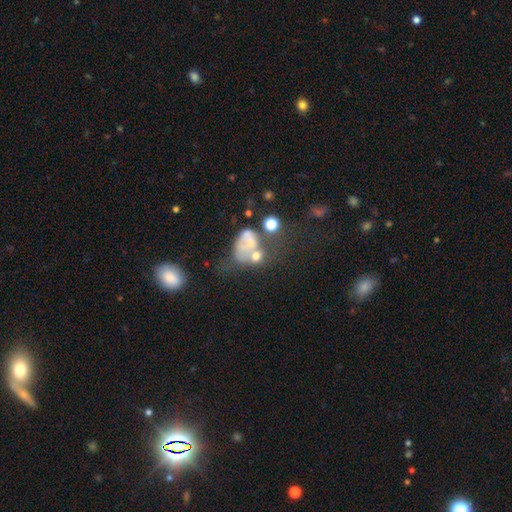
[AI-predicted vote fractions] Smooth or featured?
  - smooth: 50% *
  - featured or disk: 35%
  - star or artifact: 15%
How rounded?
  - in between: 59% *
  - round: 40%
  - cigar-shaped: 1%
Merging?
  - merger: 46% *
  - major disturbance: 23%
  - none: 18%
  - minor disturbance: 13%